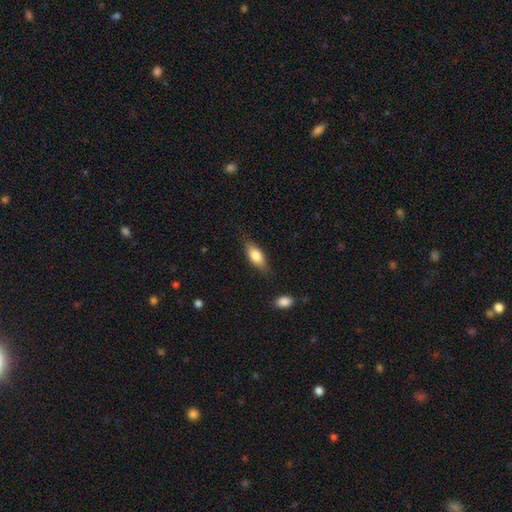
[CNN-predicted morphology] smooth 76%, featured or disk 18%, star or artifact 7%. Down the decision tree: how rounded — in between (79%); merging — none (75%).